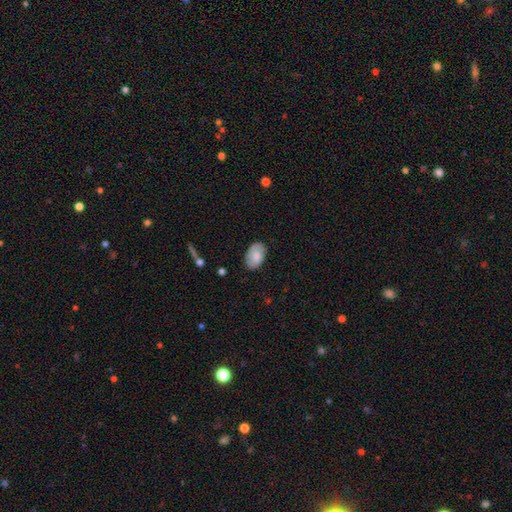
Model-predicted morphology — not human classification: Overall: smooth (76%). How rounded: in between (92%). Merging: none (78%).